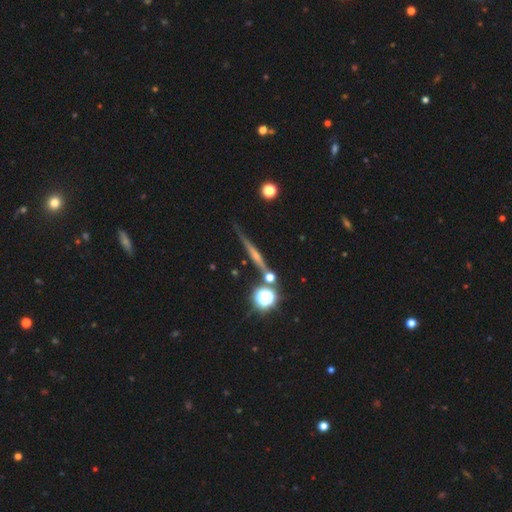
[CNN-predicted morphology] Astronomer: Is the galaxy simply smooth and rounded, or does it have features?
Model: featured or disk — 65%.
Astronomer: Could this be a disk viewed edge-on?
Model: yes — 96%.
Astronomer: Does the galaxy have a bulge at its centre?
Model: rounded — 55% (runner-up: none, 35%).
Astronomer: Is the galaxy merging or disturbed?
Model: none — 82%.